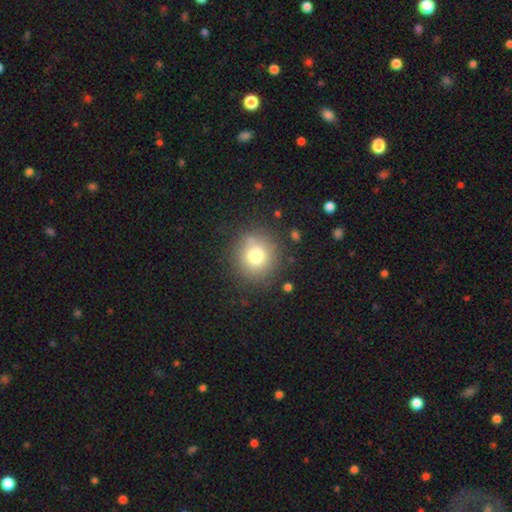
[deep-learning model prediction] A smooth galaxy with no disk features (77%) that is round (91%).

Vote fractions:
- Smooth or featured? smooth: 77% / star or artifact: 12% / featured or disk: 11%
- How rounded? round: 91% / in between: 8% / cigar-shaped: 1%
- Merging? none: 83% / minor disturbance: 10% / major disturbance: 4% / merger: 3%